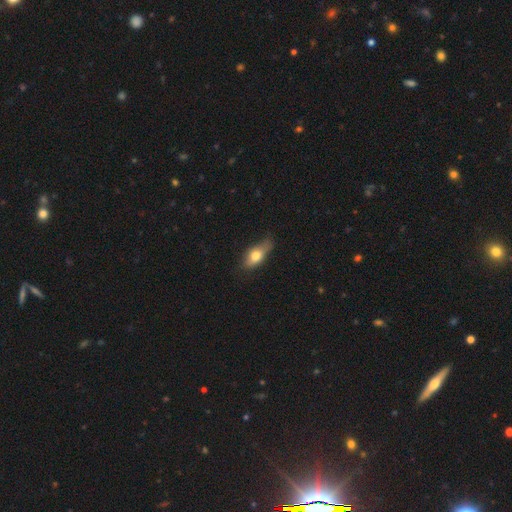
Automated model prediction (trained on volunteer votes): smooth 72%, featured or disk 21%, star or artifact 7%. Down the decision tree: how rounded — in between (79%); merging — none (52%).